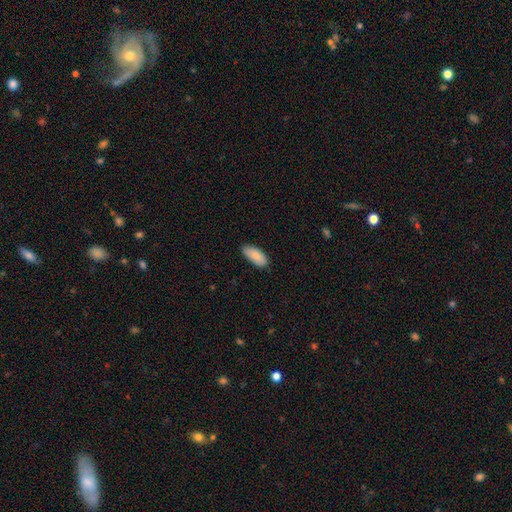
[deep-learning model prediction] smooth_or_featured: smooth (p=0.88) [alt: featured or disk p=0.07]
how_rounded: in between (p=0.88) [alt: cigar-shaped p=0.10]
merging: none (p=0.86) [alt: minor disturbance p=0.11]